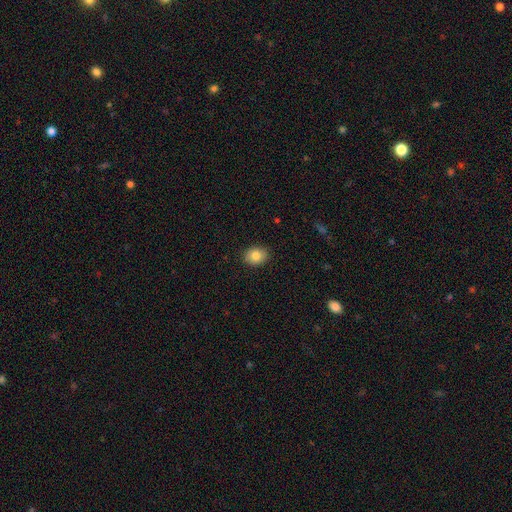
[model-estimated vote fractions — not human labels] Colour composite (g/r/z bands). It shows a smooth galaxy with no disk features (82%) that is in between round and cigar-shaped (52%). Merging: none (89%).